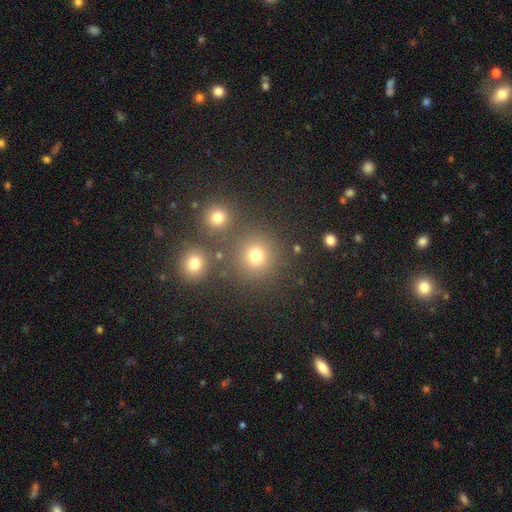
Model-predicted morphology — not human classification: type=smooth (75%); roundness=round (92%); merging=none (78%).